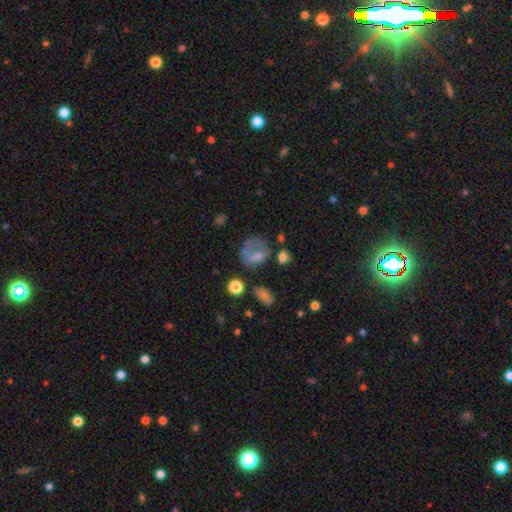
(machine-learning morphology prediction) A smooth galaxy with no disk features (59%) that is round (54%).

Vote fractions:
- Smooth or featured? smooth: 59% / featured or disk: 28% / star or artifact: 13%
- How rounded? round: 54% / in between: 45% / cigar-shaped: 1%
- Merging? none: 36% / major disturbance: 32% / minor disturbance: 23% / merger: 8%